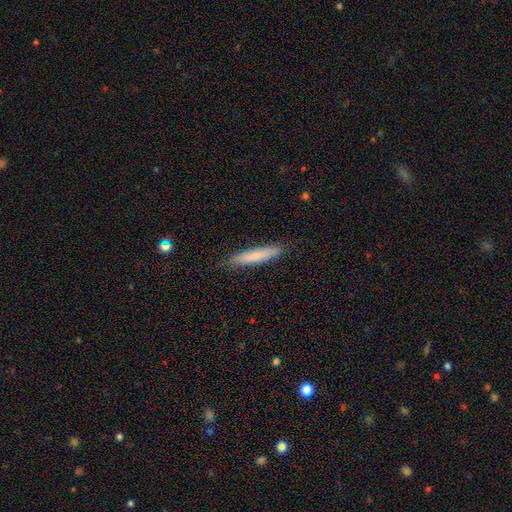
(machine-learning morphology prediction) smooth-or-featured: smooth: 77% | featured or disk: 17% | star or artifact: 6%
  how-rounded: cigar-shaped: 90% | in between: 9% | round: 1%
  merging: none: 86% | minor disturbance: 11% | major disturbance: 2% | merger: 1%